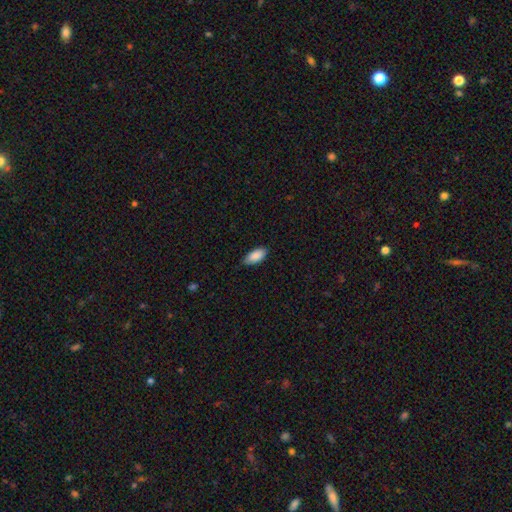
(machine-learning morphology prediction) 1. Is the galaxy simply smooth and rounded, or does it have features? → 89% smooth, 6% star or artifact, 5% featured or disk.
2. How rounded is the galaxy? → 92% in between, 6% cigar-shaped, 2% round.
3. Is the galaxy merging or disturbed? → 81% none, 16% minor disturbance, 2% major disturbance, 1% merger.